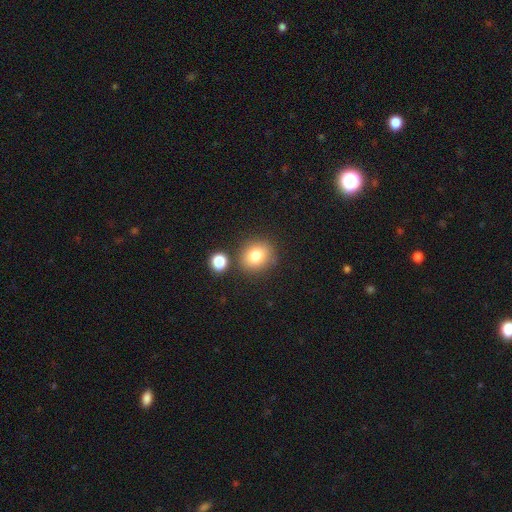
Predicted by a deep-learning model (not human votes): This appears to be a smooth galaxy with no disk features (80%) that is round (74%). Merging: none (77%).